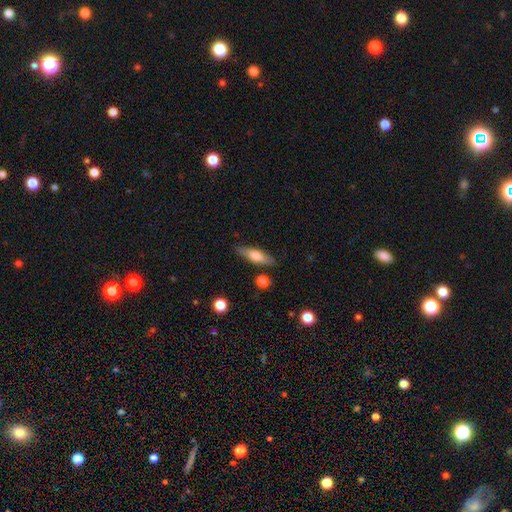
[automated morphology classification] Overall: smooth (62%; featured or disk 31%). How rounded: cigar-shaped (58%; in between 39%). Merging: none (83%).